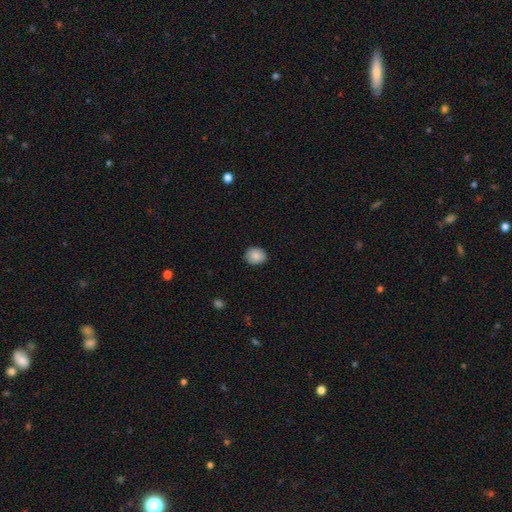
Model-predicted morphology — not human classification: This appears to be a smooth galaxy with no disk features (87%) that is round (68%). Merging: none (88%).